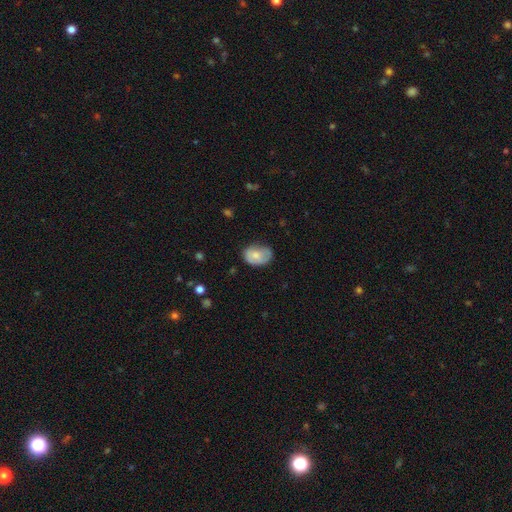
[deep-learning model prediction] smooth-or-featured: smooth: 71% | featured or disk: 22% | star or artifact: 7%
  how-rounded: in between: 77% | round: 22% | cigar-shaped: 1%
  merging: none: 60% | minor disturbance: 30% | major disturbance: 8% | merger: 2%